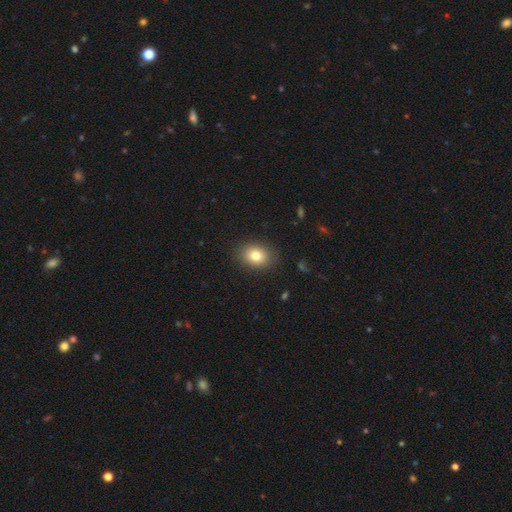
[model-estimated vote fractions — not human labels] smooth 79%, featured or disk 10%, star or artifact 10%. Down the decision tree: how rounded — in between (61%); merging — none (88%).